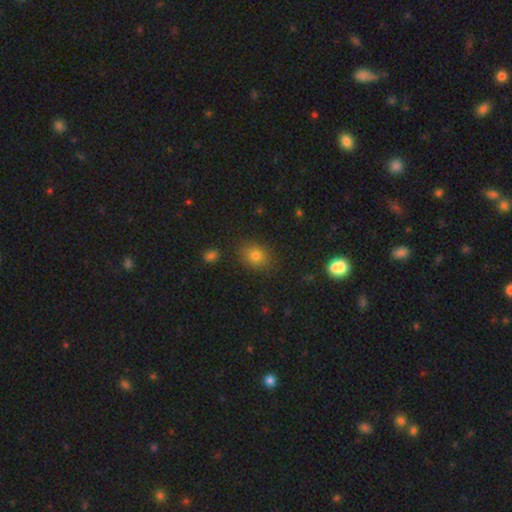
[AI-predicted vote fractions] Smooth or featured?
  - smooth: 80% *
  - star or artifact: 13%
  - featured or disk: 7%
How rounded?
  - round: 50% *
  - in between: 49%
  - cigar-shaped: 1%
Merging?
  - none: 83% *
  - minor disturbance: 11%
  - major disturbance: 4%
  - merger: 2%